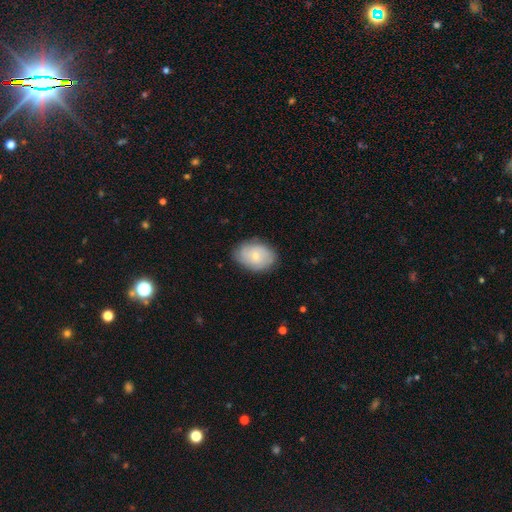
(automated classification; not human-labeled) smooth_or_featured: smooth (p=0.57) [alt: featured or disk p=0.36]
how_rounded: in between (p=0.74) [alt: round p=0.25]
merging: none (p=0.79) [alt: minor disturbance p=0.17]